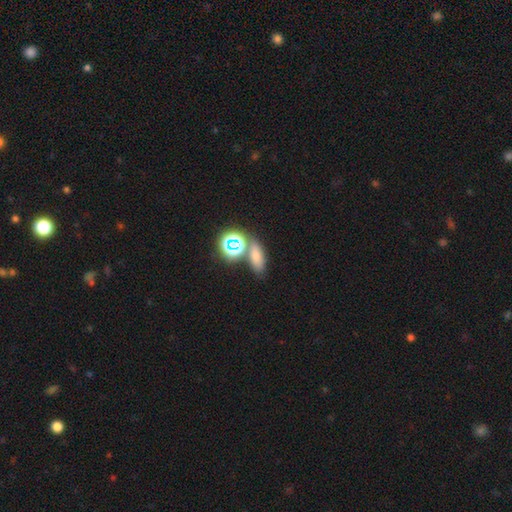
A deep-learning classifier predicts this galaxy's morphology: Q: Smooth or featured?
A: smooth (63%); runner-up: star or artifact (26%)
Q: How rounded?
A: in between (68%); runner-up: round (18%)
Q: Merging?
A: none (64%); runner-up: merger (20%)